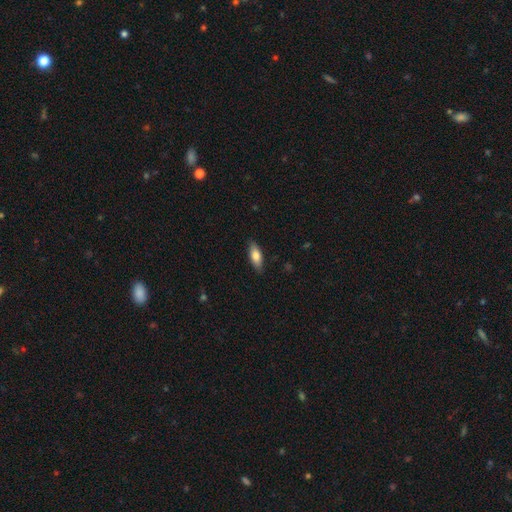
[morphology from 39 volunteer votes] Overall: smooth (85%). How rounded: in between (70%). Merging: none (82%).